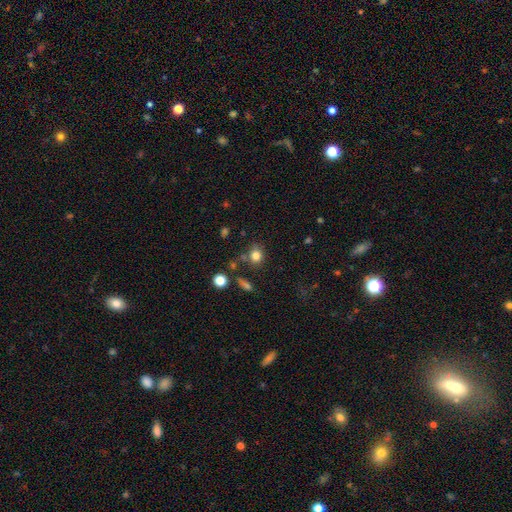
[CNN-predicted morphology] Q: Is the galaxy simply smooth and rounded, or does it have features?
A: smooth — 80%.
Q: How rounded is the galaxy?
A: round — 75%.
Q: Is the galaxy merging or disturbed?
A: none — 71%.